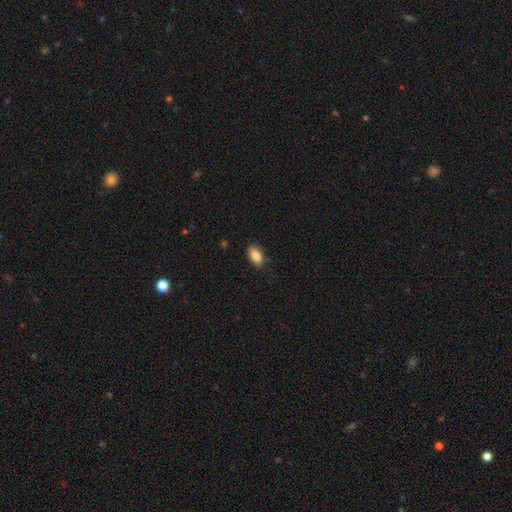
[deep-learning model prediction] Smooth or featured? smooth (88%)
How rounded? in between (91%)
Merging? none (83%)